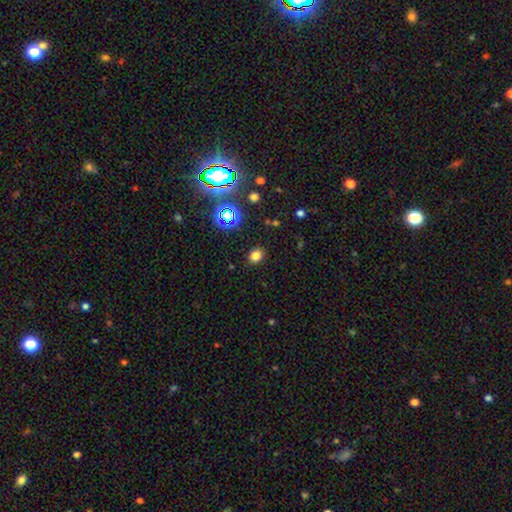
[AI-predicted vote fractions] smooth 76%, star or artifact 19%, featured or disk 5%. Down the decision tree: how rounded — round (53%); merging — none (87%).